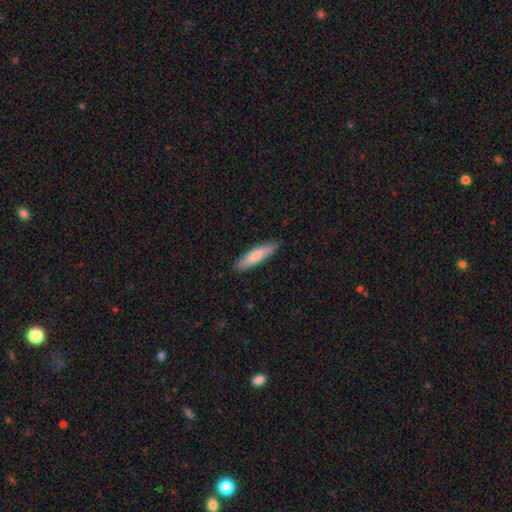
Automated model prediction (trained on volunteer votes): smooth-or-featured: smooth: 79% | featured or disk: 16% | star or artifact: 5%
  how-rounded: cigar-shaped: 74% | in between: 25% | round: 1%
  merging: none: 86% | minor disturbance: 12% | major disturbance: 2% | merger: 1%